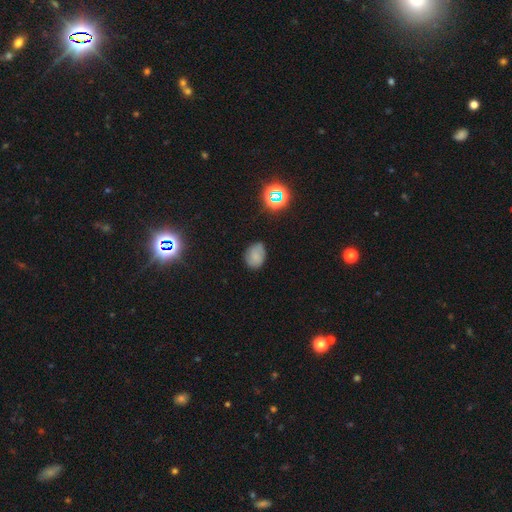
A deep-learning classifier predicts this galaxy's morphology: Smooth or featured? Predicted: smooth (p=0.67). How rounded? Predicted: in between (p=0.61). Merging? Predicted: none (p=0.72).